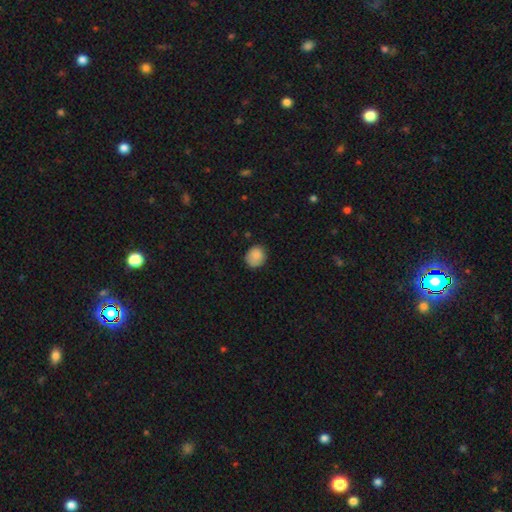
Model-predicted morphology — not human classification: Smooth or featured? Predicted: smooth (p=0.85). How rounded? Predicted: round (p=0.80). Merging? Predicted: none (p=0.76).